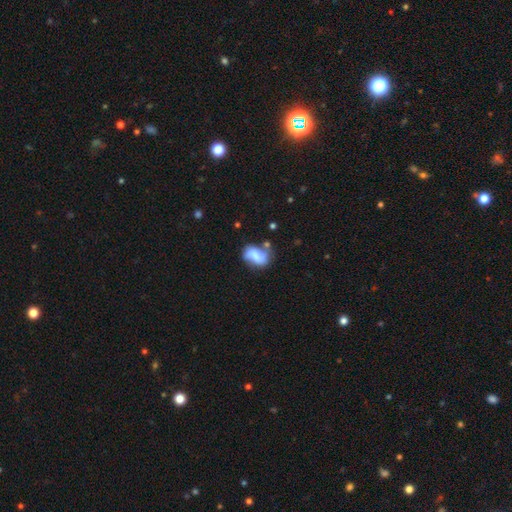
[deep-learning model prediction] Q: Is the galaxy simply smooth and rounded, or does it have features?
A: featured or disk — 47%.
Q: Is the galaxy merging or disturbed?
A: none — 50%.